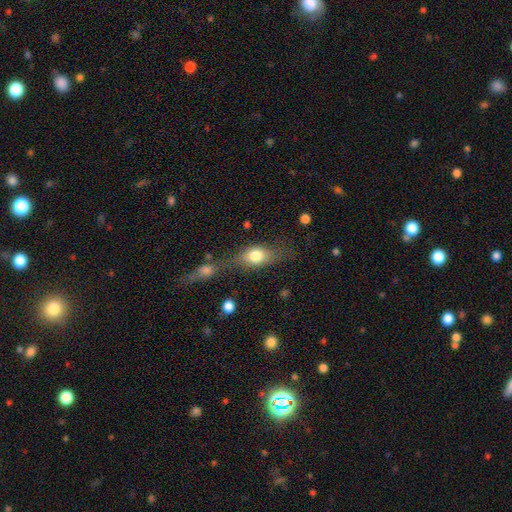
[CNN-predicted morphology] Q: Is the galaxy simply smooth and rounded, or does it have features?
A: smooth — 71%.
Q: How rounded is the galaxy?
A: in between — 70%.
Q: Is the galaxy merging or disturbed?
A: none — 43%.